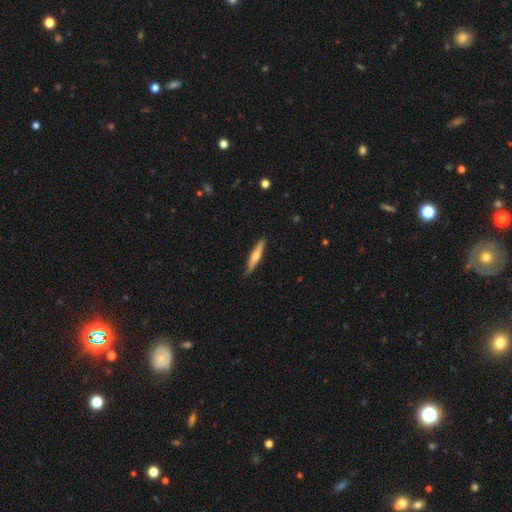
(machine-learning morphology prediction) smooth_or_featured: smooth (p=0.50) [alt: featured or disk p=0.45]
merging: none (p=0.89) [alt: minor disturbance p=0.09]